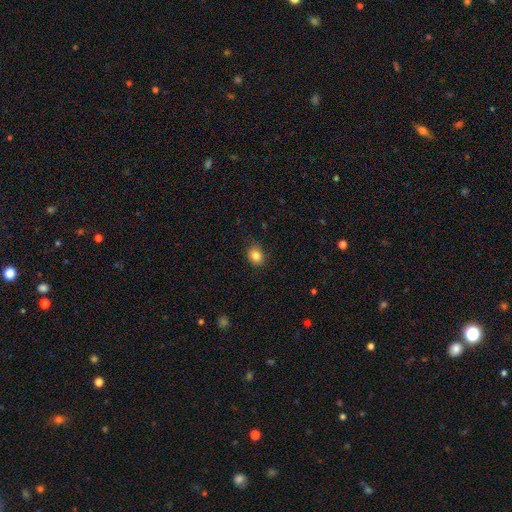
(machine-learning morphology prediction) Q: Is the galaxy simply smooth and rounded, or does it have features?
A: smooth — 83%.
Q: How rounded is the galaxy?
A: round — 62%.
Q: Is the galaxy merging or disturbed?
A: none — 84%.